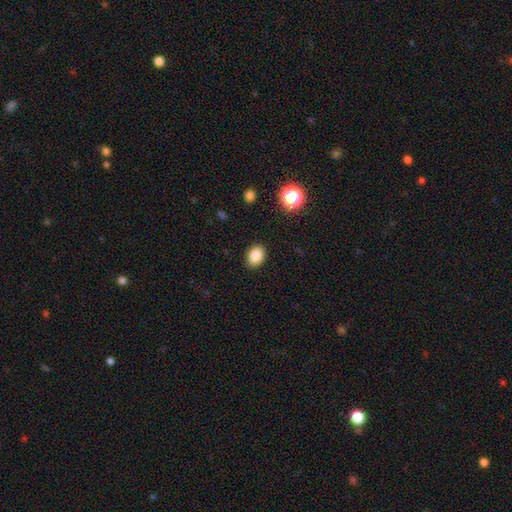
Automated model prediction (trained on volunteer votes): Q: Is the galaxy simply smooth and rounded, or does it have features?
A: smooth — 85%.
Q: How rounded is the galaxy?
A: in between — 71%.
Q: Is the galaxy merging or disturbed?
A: none — 88%.